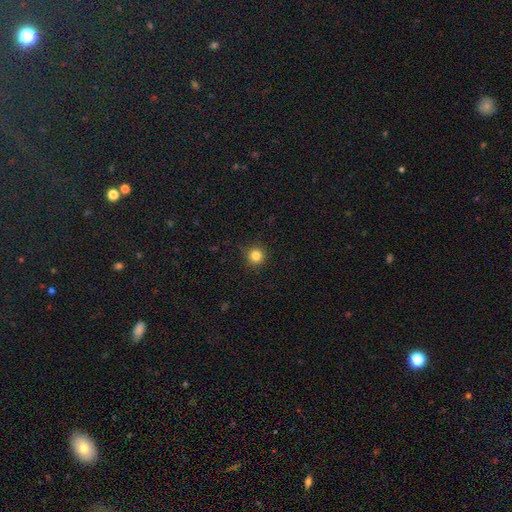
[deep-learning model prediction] A smooth galaxy with no disk features (83%) that is round (95%).

Vote fractions:
- Smooth or featured? smooth: 83% / star or artifact: 12% / featured or disk: 5%
- How rounded? round: 95% / in between: 4% / cigar-shaped: 1%
- Merging? none: 91% / minor disturbance: 6% / major disturbance: 2% / merger: 1%